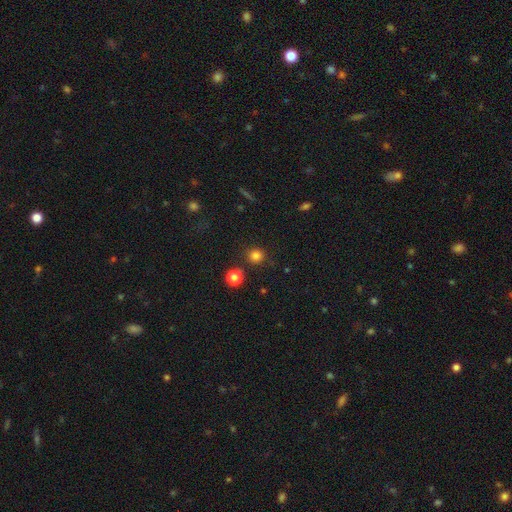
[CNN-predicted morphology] A smooth galaxy with no disk features (81%) that is round (92%).

Vote fractions:
- Smooth or featured? smooth: 81% / star or artifact: 15% / featured or disk: 4%
- How rounded? round: 92% / in between: 7% / cigar-shaped: 1%
- Merging? none: 85% / minor disturbance: 7% / merger: 4% / major disturbance: 3%